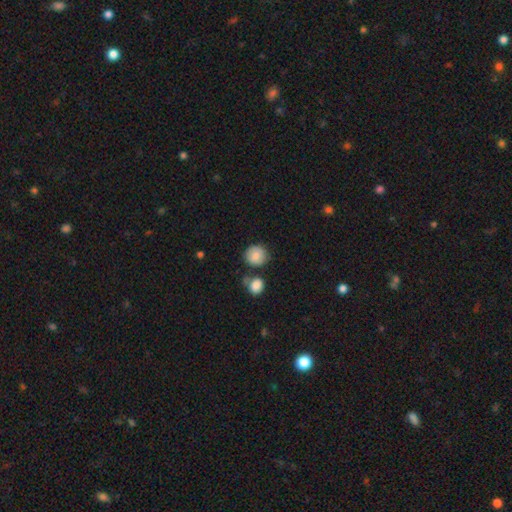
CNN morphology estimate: Q: Smooth or featured?
A: smooth (80%); runner-up: featured or disk (12%)
Q: How rounded?
A: round (86%); runner-up: in between (13%)
Q: Merging?
A: none (66%); runner-up: minor disturbance (15%)